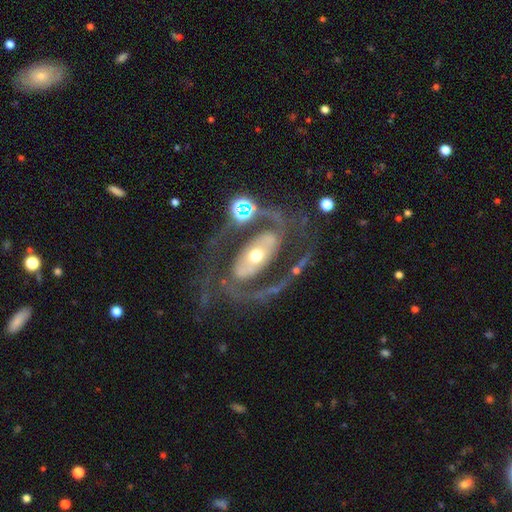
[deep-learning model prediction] This appears to be a featured or disk galaxy (84%) with no bar (43%), 2 (87%) medium (48%) spiral arms (86%) and a moderate central bulge (67%). Merging: none (61%).